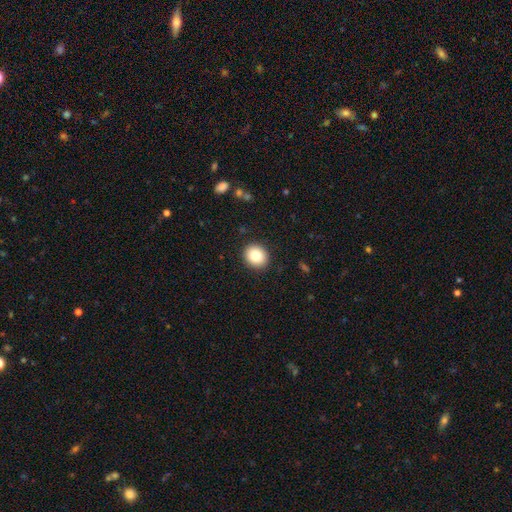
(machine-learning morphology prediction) type=smooth (82%); roundness=round (75%); merging=none (91%).